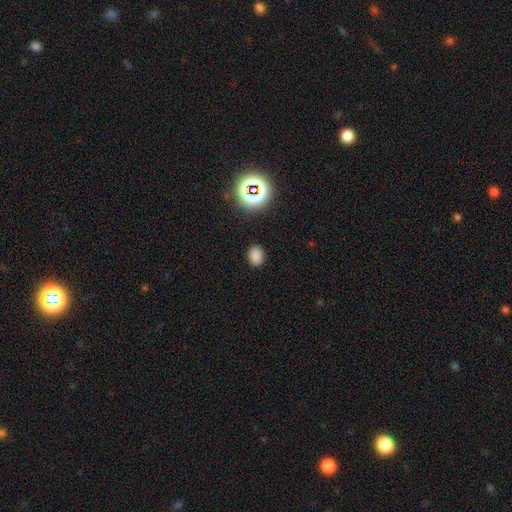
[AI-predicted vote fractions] smooth-or-featured: smooth: 78% | star or artifact: 17% | featured or disk: 4%
  how-rounded: in between: 71% | round: 28% | cigar-shaped: 1%
  merging: none: 87% | minor disturbance: 9% | major disturbance: 3% | merger: 1%